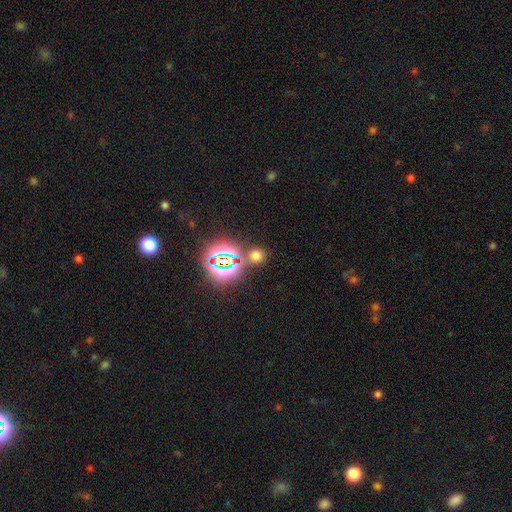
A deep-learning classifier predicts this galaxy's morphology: A smooth galaxy with no disk features (56%) that is round (83%). Merging: none (79%).